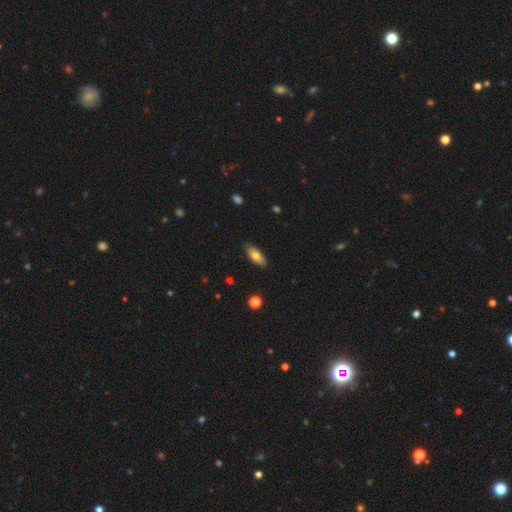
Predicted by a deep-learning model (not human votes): smooth 75%, featured or disk 18%, star or artifact 7%. Down the decision tree: how rounded — in between (76%); merging — none (86%).